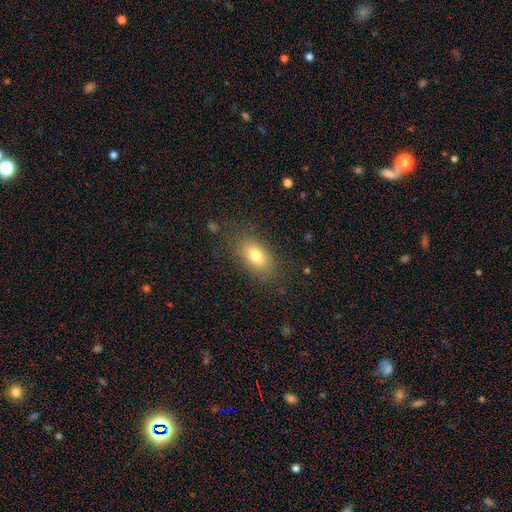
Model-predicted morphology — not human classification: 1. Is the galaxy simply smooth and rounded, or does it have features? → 77% smooth, 14% featured or disk, 10% star or artifact.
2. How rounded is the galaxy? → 87% in between, 9% round, 4% cigar-shaped.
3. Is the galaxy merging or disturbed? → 80% none, 13% minor disturbance, 5% major disturbance, 1% merger.